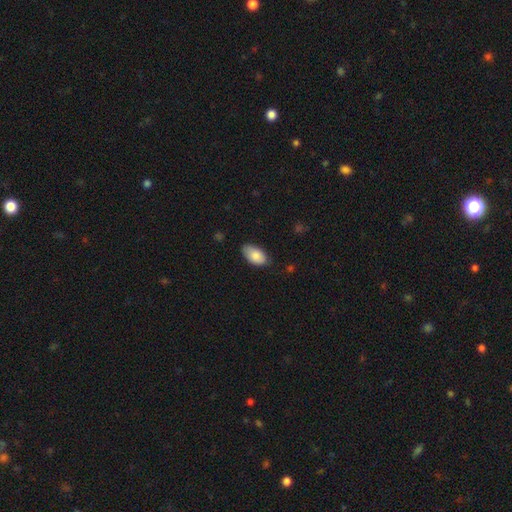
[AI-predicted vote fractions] This is clearly a smooth galaxy (84%). How rounded: clearly in between (95%). Merging: likely none (74%).